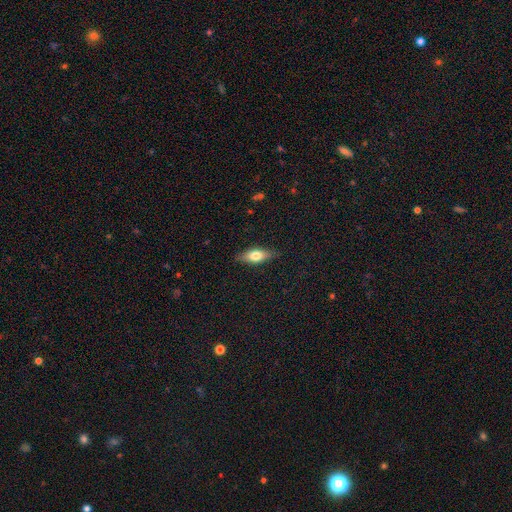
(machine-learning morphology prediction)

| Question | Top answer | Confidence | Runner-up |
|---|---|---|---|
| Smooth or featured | smooth | 66% | featured or disk (27%) |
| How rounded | in between | 71% | cigar-shaped (26%) |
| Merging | none | 83% | minor disturbance (13%) |